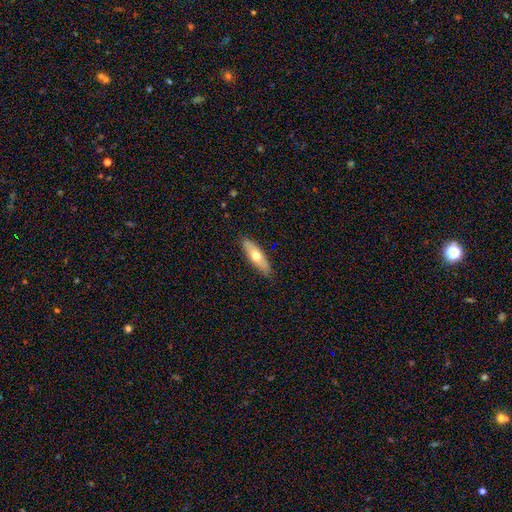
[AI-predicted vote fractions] Smooth or featured?
  - smooth: 57% *
  - featured or disk: 38%
  - star or artifact: 6%
How rounded?
  - cigar-shaped: 50% *
  - in between: 48%
  - round: 3%
Merging?
  - none: 86% *
  - minor disturbance: 11%
  - major disturbance: 2%
  - merger: 1%